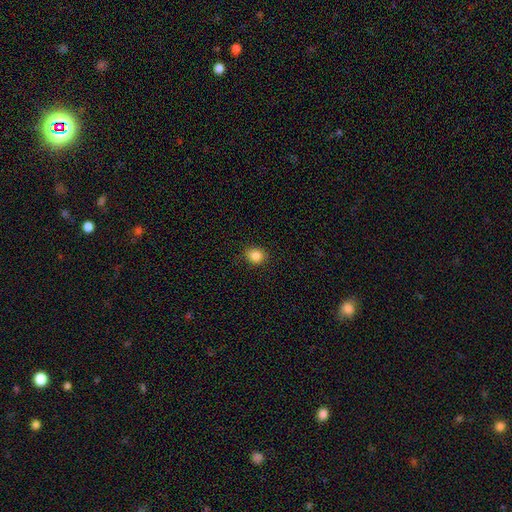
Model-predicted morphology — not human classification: A smooth galaxy with no disk features (86%) that is round (76%).

Vote fractions:
- Smooth or featured? smooth: 86% / star or artifact: 10% / featured or disk: 4%
- How rounded? round: 76% / in between: 23% / cigar-shaped: 1%
- Merging? none: 88% / minor disturbance: 9% / major disturbance: 2% / merger: 1%